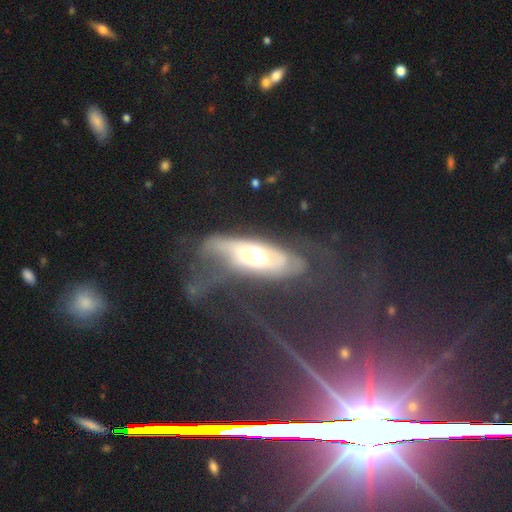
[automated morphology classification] Overall: featured or disk (68%). Edge-on disk: no (79%). Bar: no (61%; weak 27%). Spiral arms: yes (69%; no 31%). Bulge size: moderate (58%; large 25%). Merging: major disturbance (43%; none 31%).